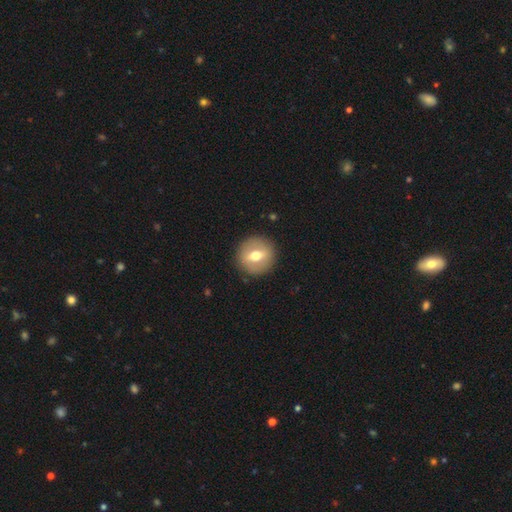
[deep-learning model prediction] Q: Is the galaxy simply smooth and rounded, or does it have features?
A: smooth — 53%.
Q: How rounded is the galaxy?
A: round — 89%.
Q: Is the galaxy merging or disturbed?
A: none — 89%.